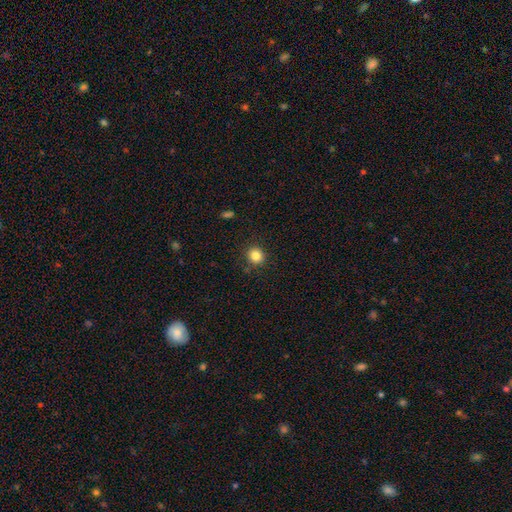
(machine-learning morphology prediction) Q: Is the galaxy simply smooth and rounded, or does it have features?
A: smooth — 84%.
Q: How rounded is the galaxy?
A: round — 86%.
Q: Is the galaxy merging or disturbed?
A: none — 87%.